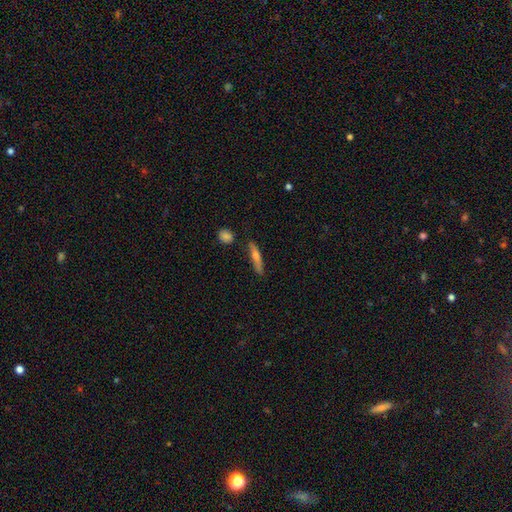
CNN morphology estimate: The model was most divided on "smooth or featured": smooth: 49%, featured or disk: 44%, star or artifact: 7%. More confident: merging — none (81%).